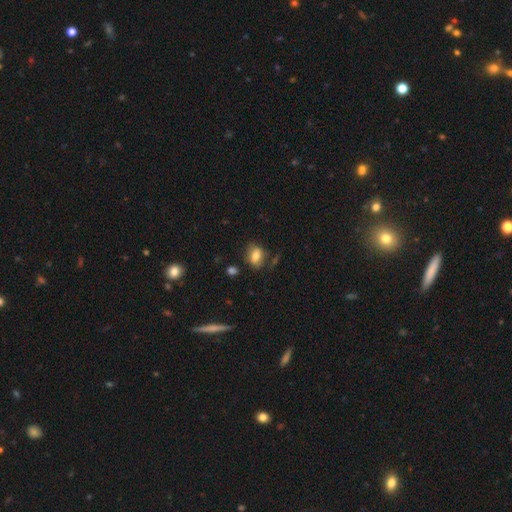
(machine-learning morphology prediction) Overall: smooth (76%). How rounded: in between (74%). Merging: none (67%).